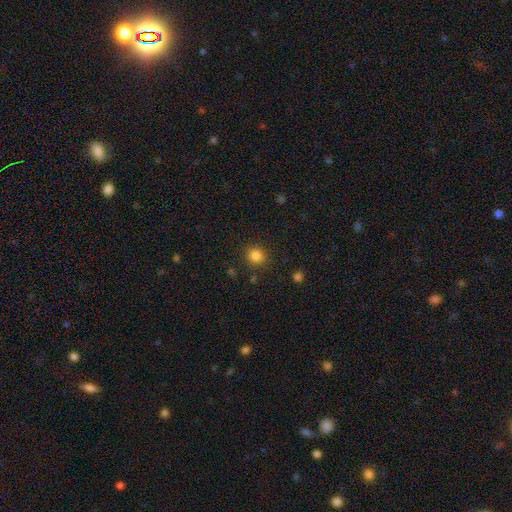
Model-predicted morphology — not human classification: type=smooth (83%); roundness=round (87%); merging=none (87%).